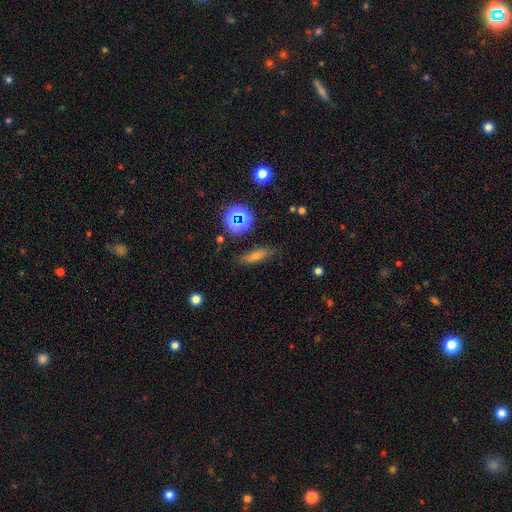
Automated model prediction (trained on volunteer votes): smooth 55%, featured or disk 26%, star or artifact 19%. Down the decision tree: how rounded — cigar-shaped (56%); merging — none (80%).